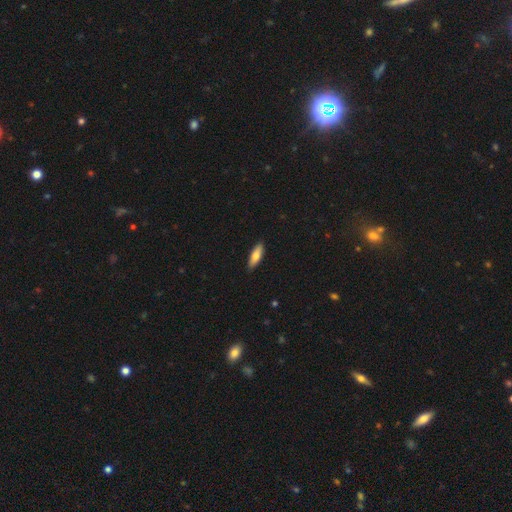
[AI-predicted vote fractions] Smooth or featured?
  - smooth: 74% *
  - featured or disk: 21%
  - star or artifact: 6%
How rounded?
  - in between: 49% * (tied)
  - cigar-shaped: 49% * (tied)
  - round: 2%
Merging?
  - none: 89% *
  - minor disturbance: 8%
  - major disturbance: 1%
  - merger: 1%